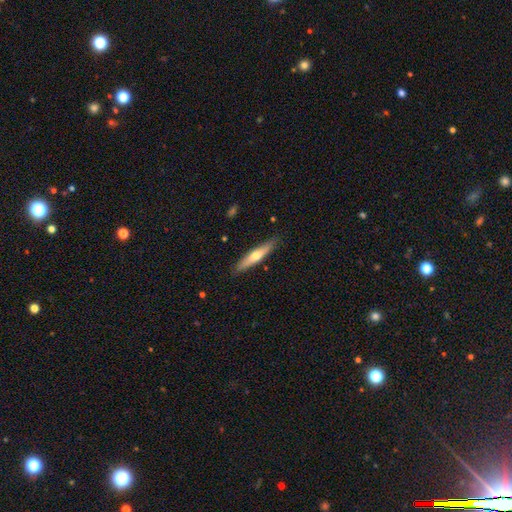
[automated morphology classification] A smooth galaxy with no disk features (50%) that is cigar-shaped (86%).

Vote fractions:
- Smooth or featured? smooth: 50% / featured or disk: 44% / star or artifact: 5%
- How rounded? cigar-shaped: 86% / in between: 12% / round: 1%
- Merging? none: 87% / minor disturbance: 10% / major disturbance: 2% / merger: 1%